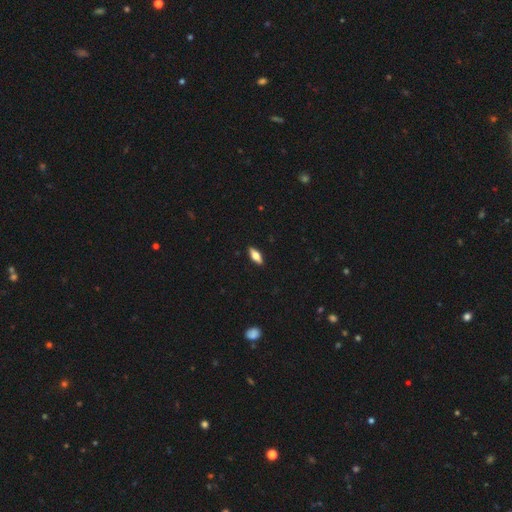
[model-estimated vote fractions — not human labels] A smooth galaxy with no disk features (58%) that is in between round and cigar-shaped (70%).

Vote fractions:
- Smooth or featured? smooth: 58% / featured or disk: 35% / star or artifact: 7%
- How rounded? in between: 70% / cigar-shaped: 27% / round: 3%
- Merging? none: 90% / minor disturbance: 7% / major disturbance: 2% / merger: 1%